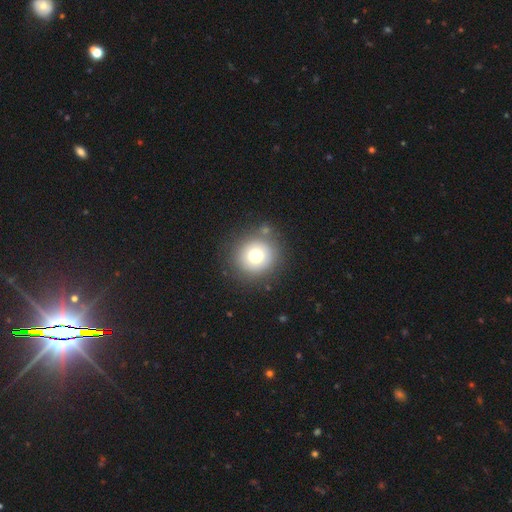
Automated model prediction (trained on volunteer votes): Smooth or featured: smooth — 72% (featured or disk — 15%)
How rounded: round — 93% (in between — 6%)
Merging: none — 84% (minor disturbance — 8%)